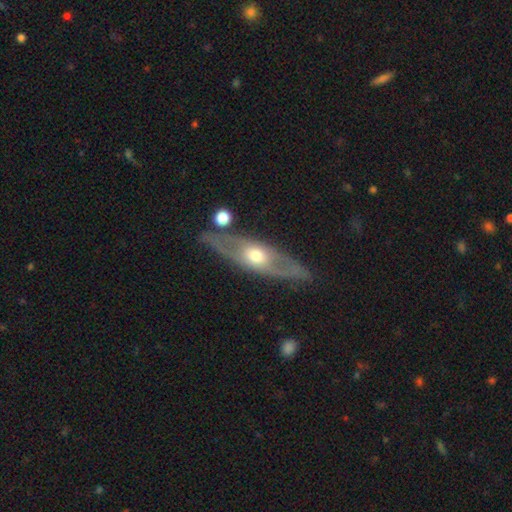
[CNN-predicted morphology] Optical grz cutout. It shows a featured or disk galaxy (74%) viewed edge-on (61%). Merging: none (78%).